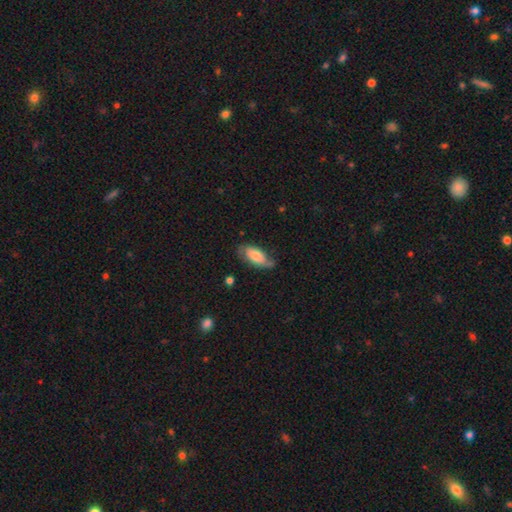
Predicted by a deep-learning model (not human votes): Smooth or featured? Predicted: smooth (p=0.66). How rounded? Predicted: in between (p=0.88). Merging? Predicted: none (p=0.57).